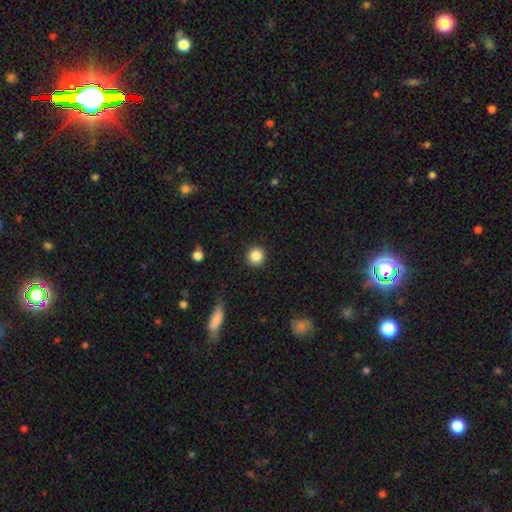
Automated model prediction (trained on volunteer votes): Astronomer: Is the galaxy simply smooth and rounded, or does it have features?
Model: smooth — 86%.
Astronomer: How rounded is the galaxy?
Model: round — 94%.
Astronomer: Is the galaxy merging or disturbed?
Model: none — 91%.